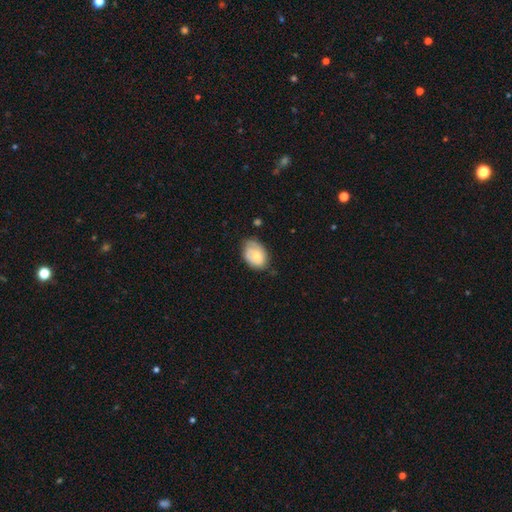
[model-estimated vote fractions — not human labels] Smooth or featured: smooth — 62% (featured or disk — 31%)
How rounded: in between — 82% (round — 17%)
Merging: none — 63% (minor disturbance — 29%)